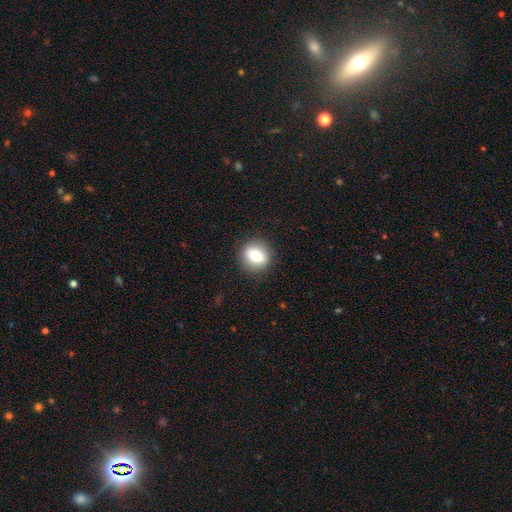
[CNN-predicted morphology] This is likely a smooth galaxy (74%). How rounded: likely round (77%). Merging: clearly none (89%).